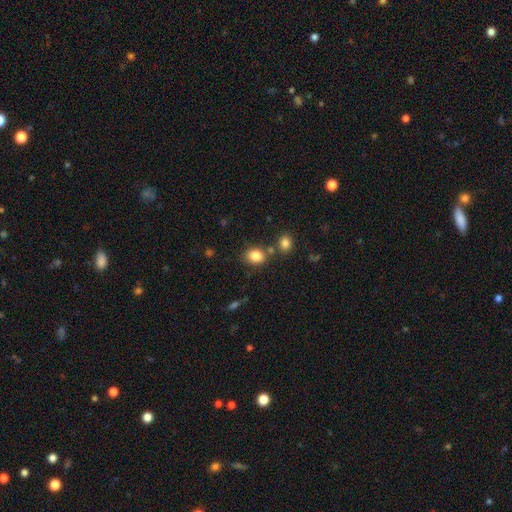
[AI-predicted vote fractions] A smooth galaxy with no disk features (85%) that is in between round and cigar-shaped (59%). Merging: none (70%).